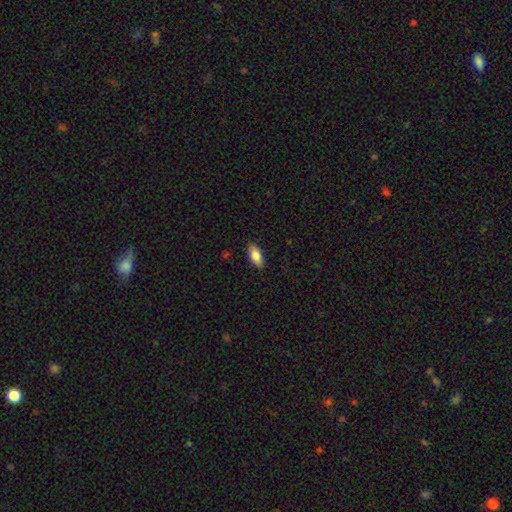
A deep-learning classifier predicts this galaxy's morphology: This appears to be a smooth galaxy with no disk features (79%) that is in between round and cigar-shaped (84%). Merging: none (87%).